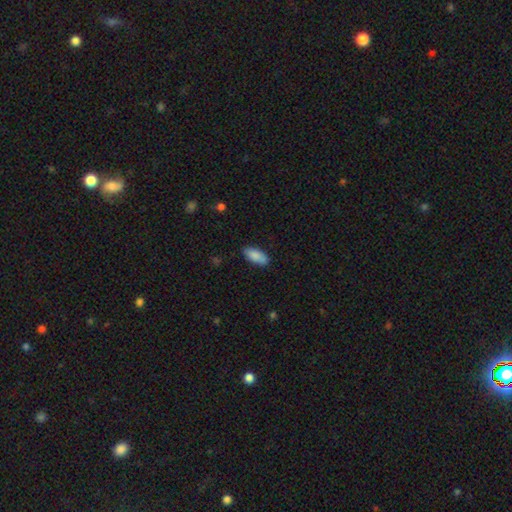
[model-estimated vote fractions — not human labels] Overall: smooth (87%). How rounded: in between (90%). Merging: none (83%).